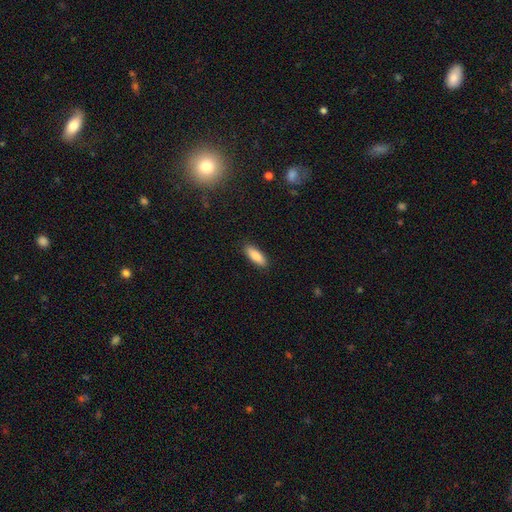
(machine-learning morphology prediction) This is clearly a smooth galaxy (84%). How rounded: likely in between (64%). Merging: clearly none (89%).